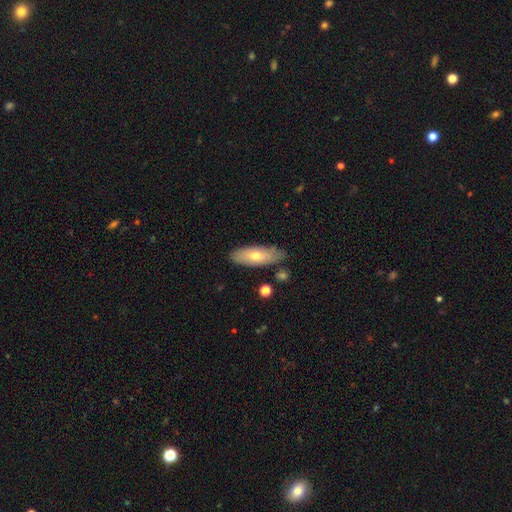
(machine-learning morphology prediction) Smooth or featured? Predicted: smooth (p=0.62). How rounded? Predicted: in between (p=0.70). Merging? Predicted: none (p=0.78).